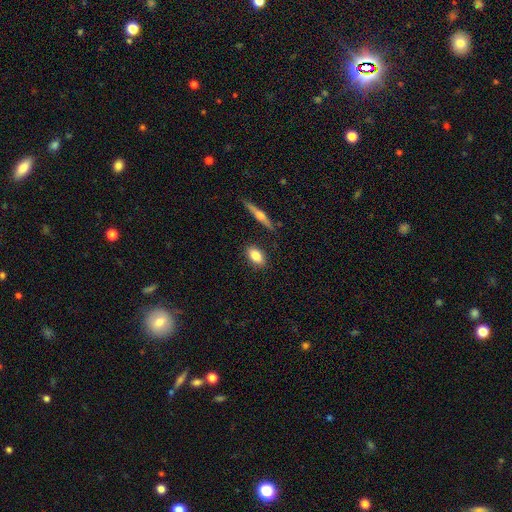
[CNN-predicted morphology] smooth_or_featured: smooth (p=0.81) [alt: featured or disk p=0.13]
how_rounded: in between (p=0.85) [alt: round p=0.08]
merging: none (p=0.85) [alt: minor disturbance p=0.10]